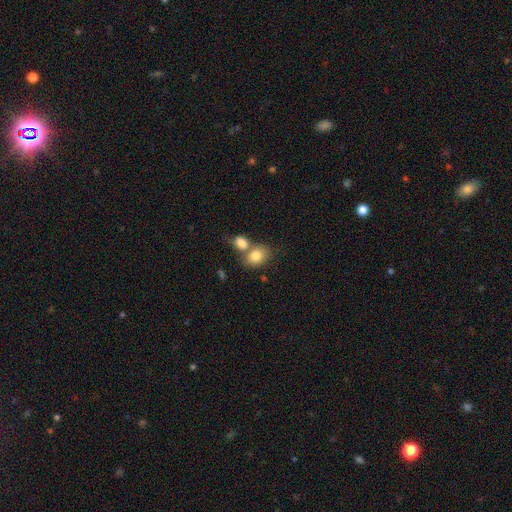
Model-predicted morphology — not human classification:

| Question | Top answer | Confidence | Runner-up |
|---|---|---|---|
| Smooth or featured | smooth | 81% | featured or disk (11%) |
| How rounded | in between | 62% | round (37%) |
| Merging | merger | 50% | none (36%) |